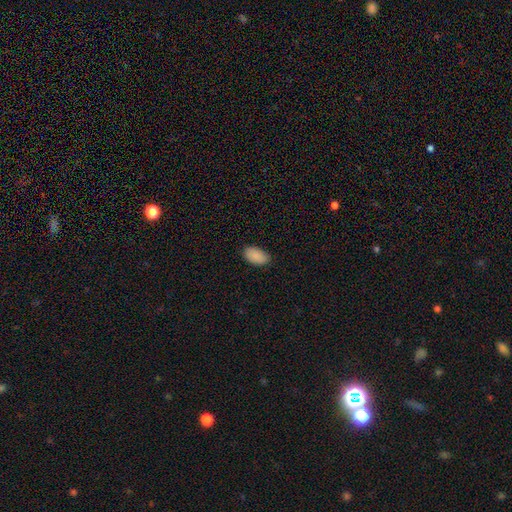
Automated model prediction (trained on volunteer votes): This appears to be a smooth galaxy with no disk features (89%) that is in between round and cigar-shaped (95%). Merging: none (85%).